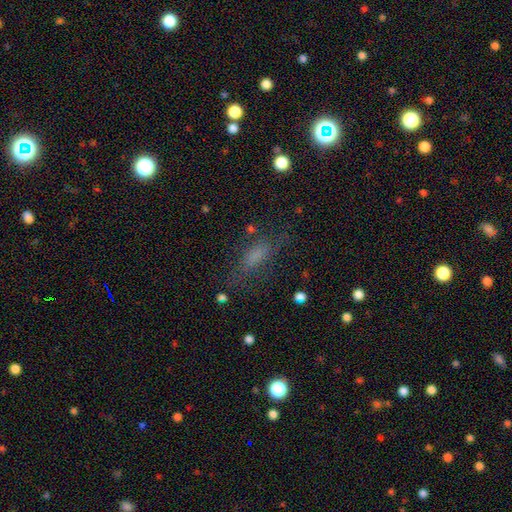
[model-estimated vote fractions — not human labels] smooth-or-featured: smooth: 61% | featured or disk: 20% | star or artifact: 19%
  how-rounded: in between: 62% | cigar-shaped: 31% | round: 6%
  merging: none: 67% | minor disturbance: 19% | major disturbance: 12% | merger: 3%